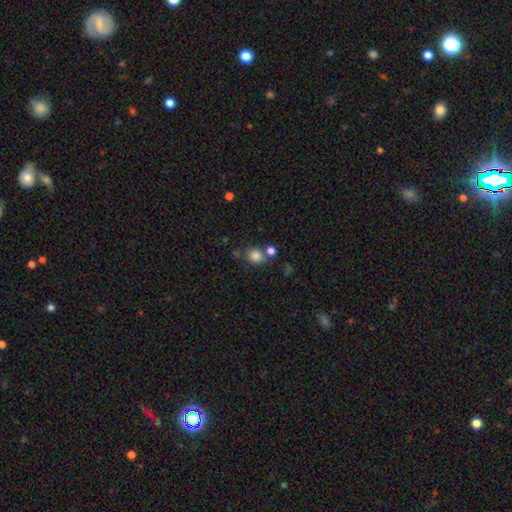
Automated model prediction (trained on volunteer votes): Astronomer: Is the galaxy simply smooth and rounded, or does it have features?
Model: smooth — 83%.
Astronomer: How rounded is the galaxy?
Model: round — 79%.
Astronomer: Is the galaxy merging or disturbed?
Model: none — 66%.